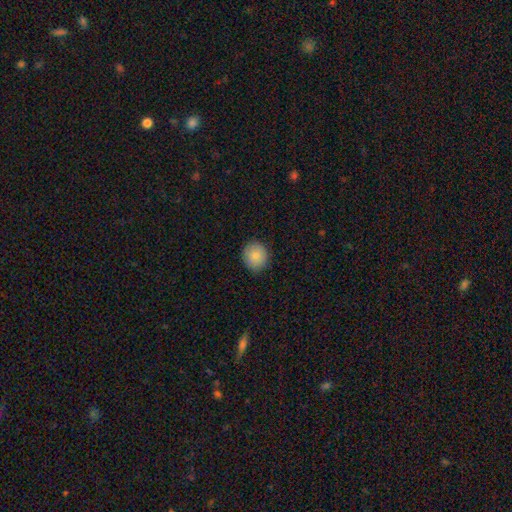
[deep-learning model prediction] Smooth or featured? Predicted: smooth (p=0.85). How rounded? Predicted: round (p=0.81). Merging? Predicted: none (p=0.87).